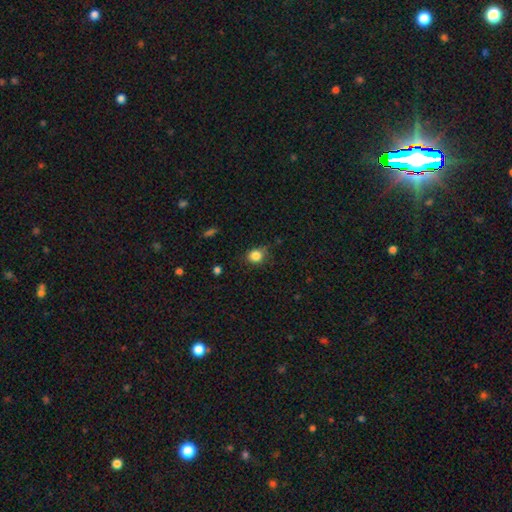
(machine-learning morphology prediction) This is clearly a smooth galaxy (84%). How rounded: likely round (72%). Merging: likely none (72%).